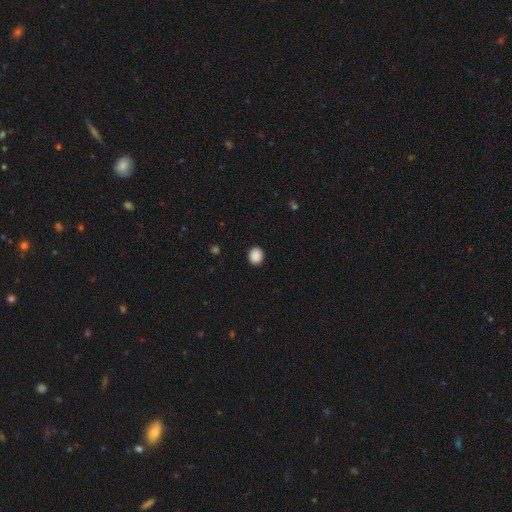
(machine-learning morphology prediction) This appears to be a smooth galaxy with no disk features (89%) that is round (72%). Merging: none (91%).